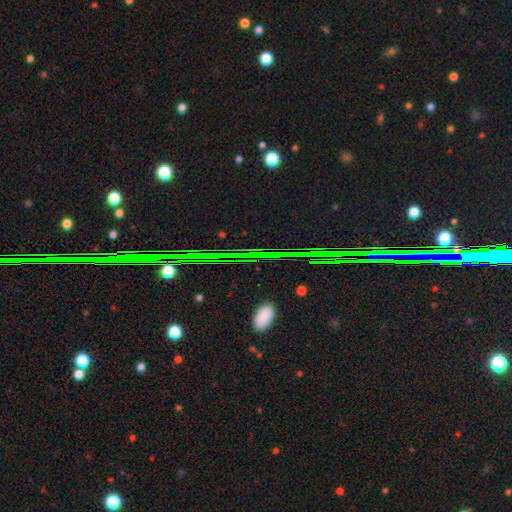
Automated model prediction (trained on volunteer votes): Smooth or featured? Predicted: star or artifact (p=0.81).